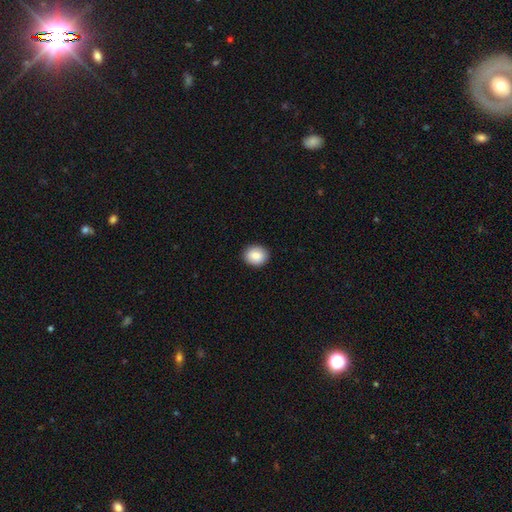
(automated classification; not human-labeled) smooth-or-featured: smooth: 87% | star or artifact: 8% | featured or disk: 5%
  how-rounded: round: 71% | in between: 28% | cigar-shaped: 1%
  merging: none: 91% | minor disturbance: 6% | major disturbance: 2% | merger: 1%